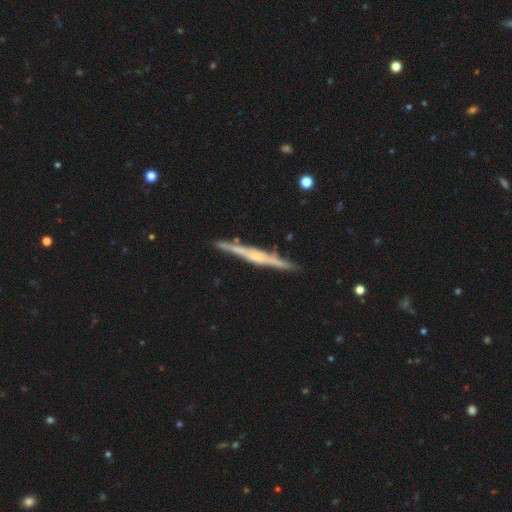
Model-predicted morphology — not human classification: The model was most divided on "edge-on bulge": rounded: 46%, none: 32%, boxy: 22%. More confident: edge-on disk — yes (98%); merging — none (88%); smooth or featured — featured or disk (75%).